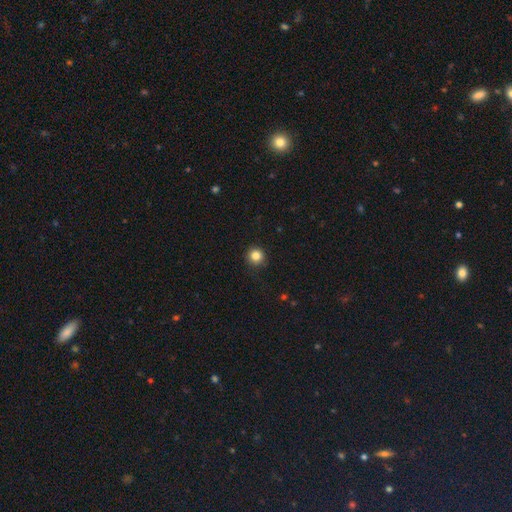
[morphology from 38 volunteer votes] This is clearly a smooth galaxy (92%). How rounded: clearly round (94%). Merging: clearly none (81%).